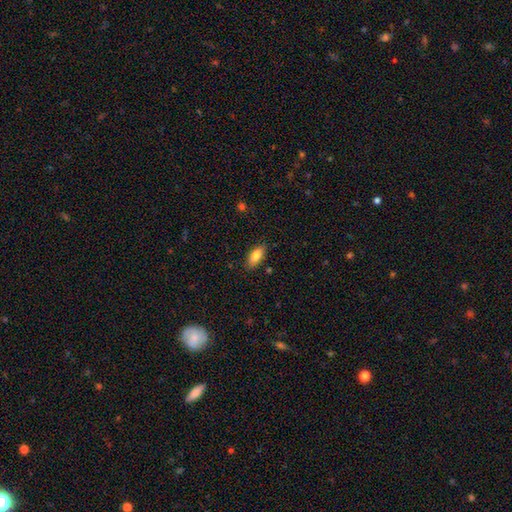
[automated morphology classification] Overall: smooth (83%). How rounded: in between (85%). Merging: none (85%).